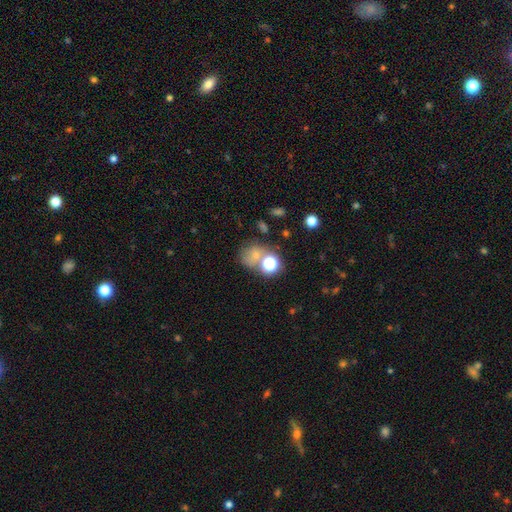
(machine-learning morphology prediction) The model was most divided on "merging": none: 44%, merger: 33%, minor disturbance: 14%, major disturbance: 10%. More confident: how rounded — round (68%); smooth or featured — smooth (63%).